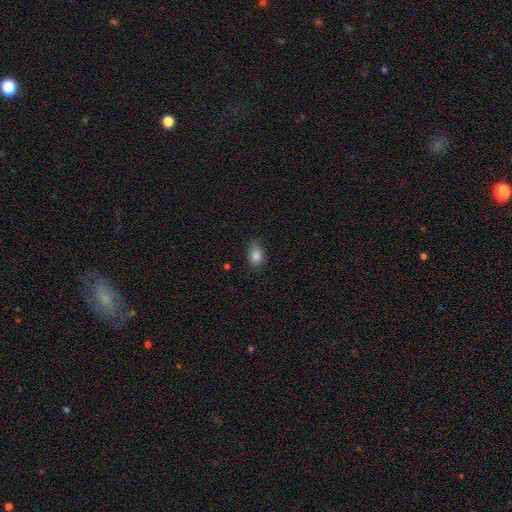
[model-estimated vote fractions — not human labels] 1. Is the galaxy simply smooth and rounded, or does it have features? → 85% smooth, 10% star or artifact, 5% featured or disk.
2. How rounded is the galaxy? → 70% in between, 28% round, 2% cigar-shaped.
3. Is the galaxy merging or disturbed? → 74% none, 20% minor disturbance, 4% major disturbance, 1% merger.